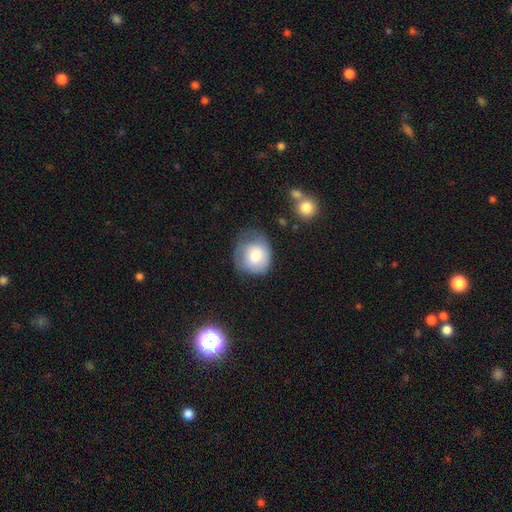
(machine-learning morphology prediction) Smooth or featured?
  - smooth: 74% *
  - featured or disk: 19%
  - star or artifact: 7%
How rounded?
  - round: 75% *
  - in between: 24%
  - cigar-shaped: 1%
Merging?
  - none: 47% *
  - minor disturbance: 35%
  - major disturbance: 16%
  - merger: 2%